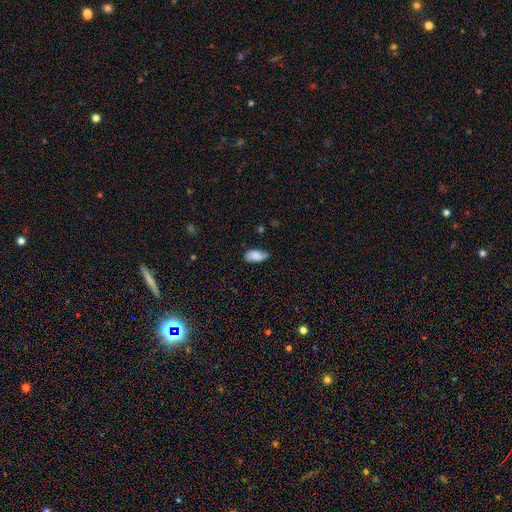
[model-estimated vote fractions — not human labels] This appears to be a smooth galaxy with no disk features (77%) that is in between round and cigar-shaped (90%). Merging: none (71%).